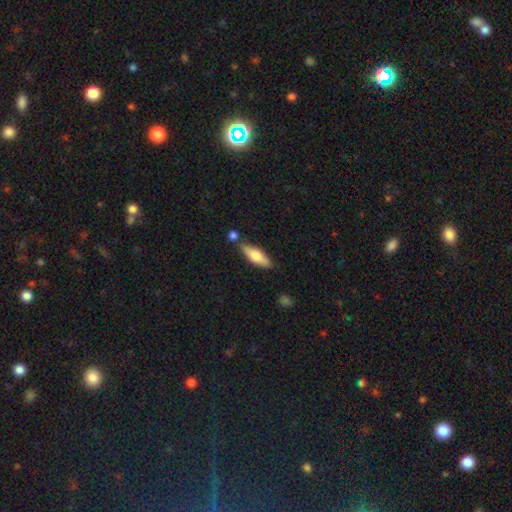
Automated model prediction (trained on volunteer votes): This appears to be a smooth galaxy with no disk features (66%) that is cigar-shaped (49%, tied with in between). Merging: none (72%).